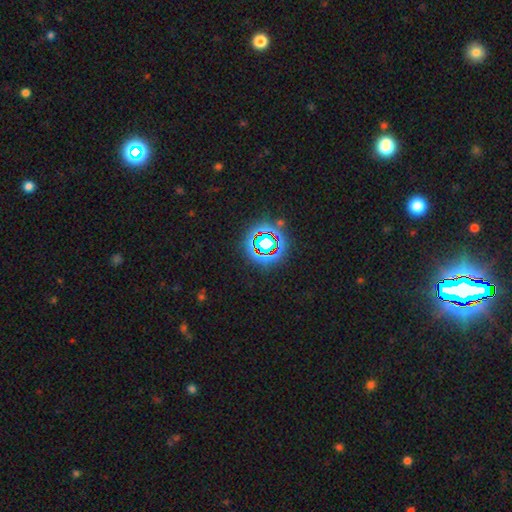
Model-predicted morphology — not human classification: Smooth or featured?
  - star or artifact: 76% *
  - smooth: 14%
  - featured or disk: 10%